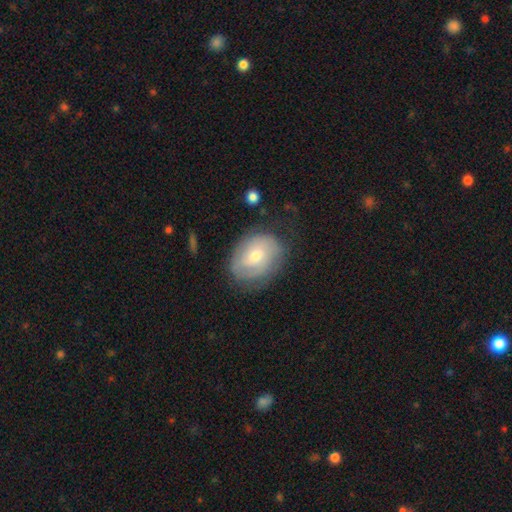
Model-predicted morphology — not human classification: Smooth or featured? featured or disk (53%)
Edge-on disk? no (96%)
Bar? no (62%)
Spiral arms? yes (73%)
Bulge size? moderate (48%)
Merging? none (66%)